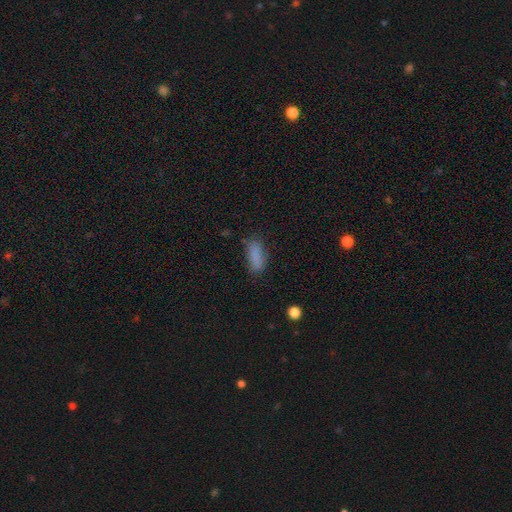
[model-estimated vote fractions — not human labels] A smooth galaxy with no disk features (83%) that is in between round and cigar-shaped (76%). Merging: none (73%).